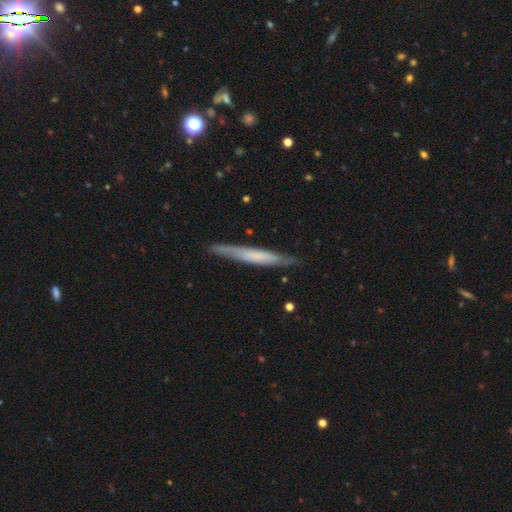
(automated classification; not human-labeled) Smooth or featured? smooth (48%)
Merging? none (81%)